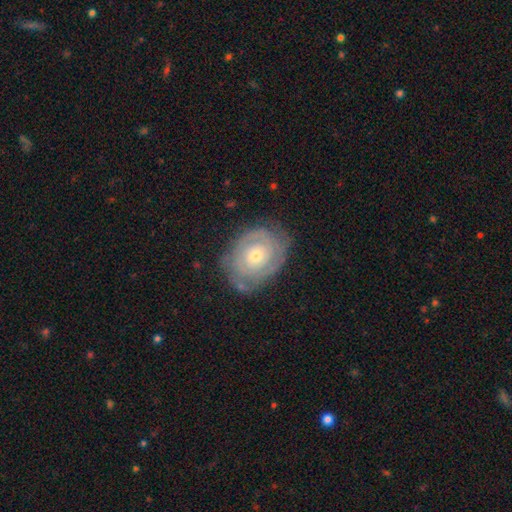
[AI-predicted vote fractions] Smooth or featured? featured or disk (78%)
Edge-on disk? no (97%)
Bar? no (79%)
Spiral arms? yes (84%)
Spiral winding? tight (74%)
Spiral arm count? 2 (39%)
Bulge size? small (51%)
Merging? none (72%)